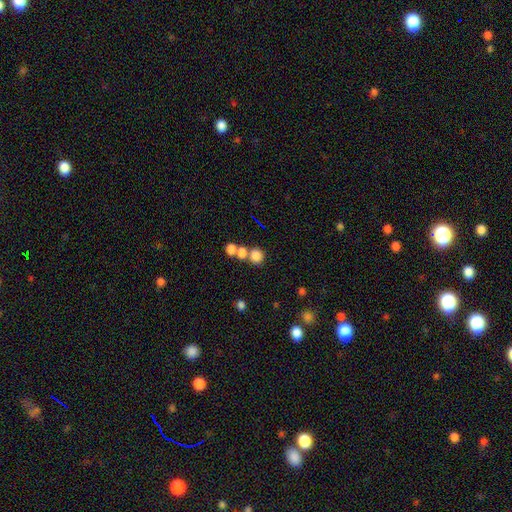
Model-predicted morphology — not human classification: smooth-or-featured: smooth: 79% | star or artifact: 13% | featured or disk: 8%
  how-rounded: round: 79% | in between: 20% | cigar-shaped: 1%
  merging: none: 51% | merger: 37% | minor disturbance: 8% | major disturbance: 5%